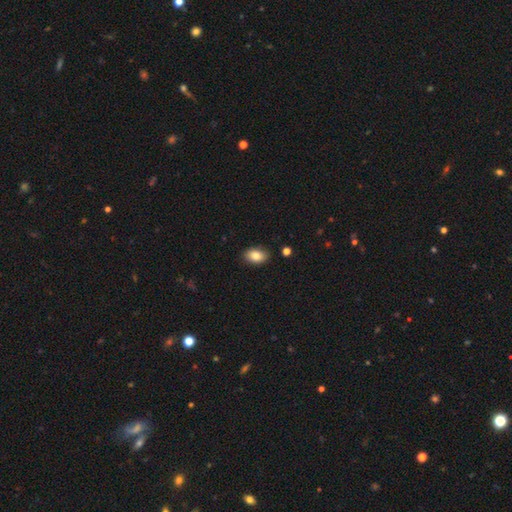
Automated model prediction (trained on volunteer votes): Smooth or featured: smooth — 83% (featured or disk — 9%)
How rounded: in between — 89% (round — 10%)
Merging: none — 87% (minor disturbance — 10%)